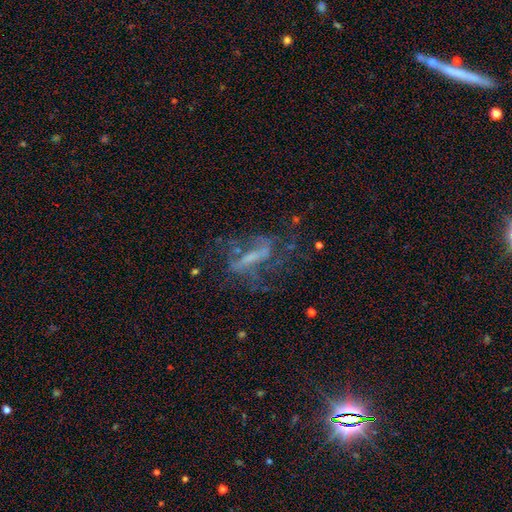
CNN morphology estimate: This is likely a featured or disk galaxy (62%). It is clearly not viewed edge-on (81%). Bar: marginally strong (43%). Spiral arm pattern: likely yes (65%). Central bulge: marginally small (39%). Merging: possibly none (50%).